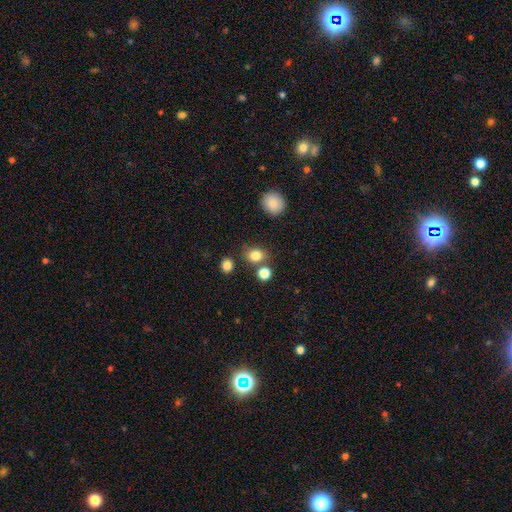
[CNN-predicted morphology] This appears to be a smooth galaxy with no disk features (81%) that is round (61%). Merging: none (72%).